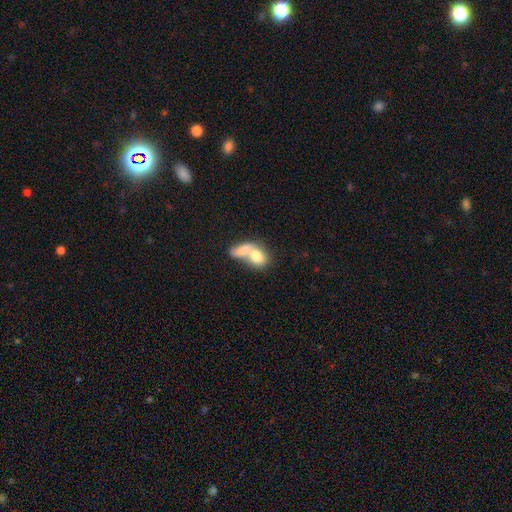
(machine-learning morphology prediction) The model was most divided on "how rounded": in between: 66%, round: 30%, cigar-shaped: 4%. More confident: smooth or featured — smooth (73%); merging — merger (73%).